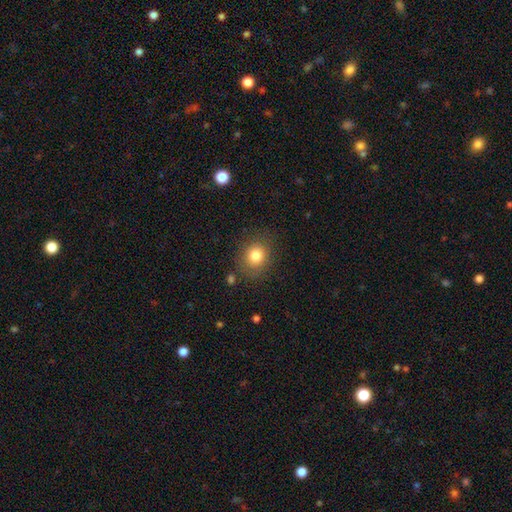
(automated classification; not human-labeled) Morphology: type=smooth (81%); roundness=round (71%); merging=none (81%).